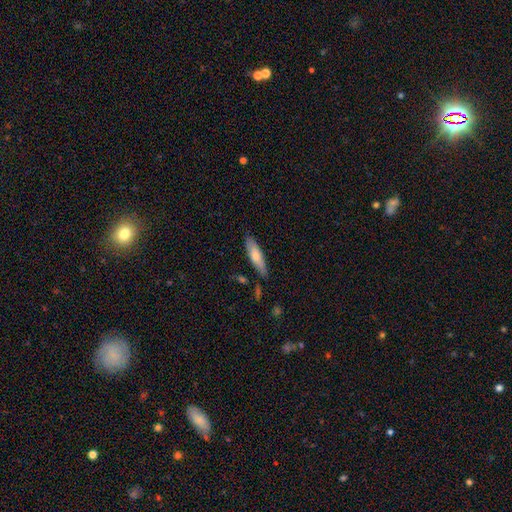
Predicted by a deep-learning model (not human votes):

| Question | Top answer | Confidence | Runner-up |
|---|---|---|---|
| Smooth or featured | smooth | 69% | featured or disk (25%) |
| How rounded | cigar-shaped | 63% | in between (35%) |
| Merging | none | 79% | minor disturbance (15%) |